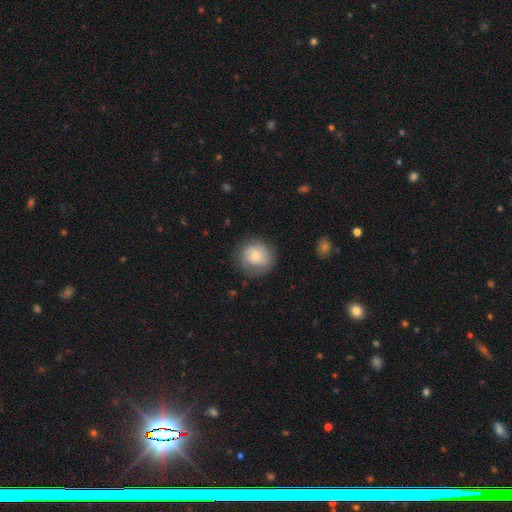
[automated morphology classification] Smooth or featured: smooth — 64% (featured or disk — 28%)
How rounded: round — 89% (in between — 10%)
Merging: none — 78% (minor disturbance — 15%)